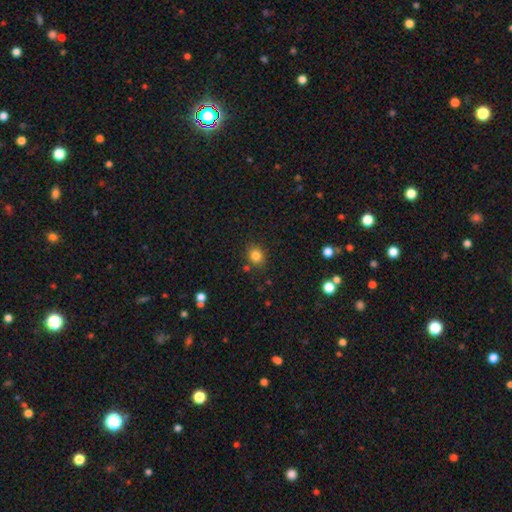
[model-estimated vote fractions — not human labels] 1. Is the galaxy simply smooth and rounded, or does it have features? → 82% smooth, 13% star or artifact, 6% featured or disk.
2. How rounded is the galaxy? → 71% round, 29% in between, 1% cigar-shaped.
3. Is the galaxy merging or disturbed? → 82% none, 11% minor disturbance, 4% merger, 3% major disturbance.